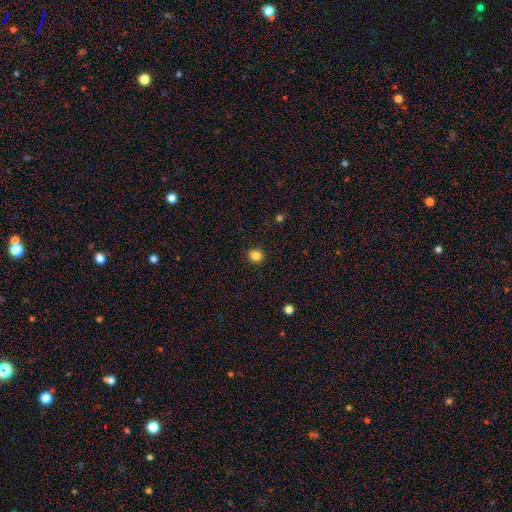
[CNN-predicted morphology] smooth_or_featured: smooth (p=0.84) [alt: star or artifact p=0.12]
how_rounded: round (p=0.74) [alt: in between p=0.25]
merging: none (p=0.91) [alt: minor disturbance p=0.06]